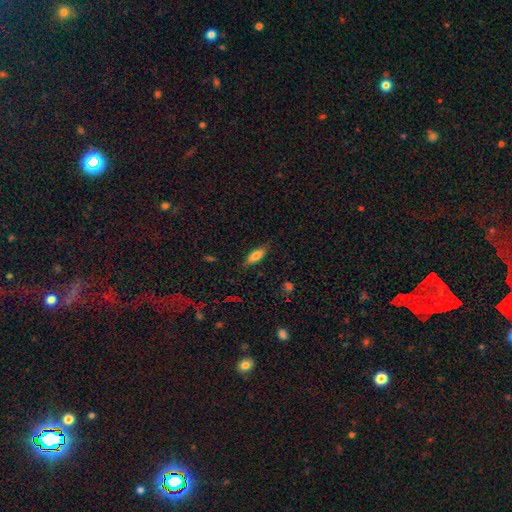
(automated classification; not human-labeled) This is likely a smooth galaxy (76%). How rounded: likely in between (62%). Merging: clearly none (83%).